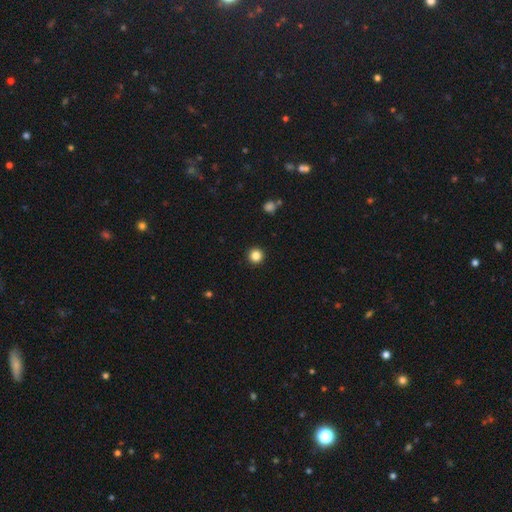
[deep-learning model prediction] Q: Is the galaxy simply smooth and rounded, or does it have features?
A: smooth — 85%.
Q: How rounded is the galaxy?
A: round — 96%.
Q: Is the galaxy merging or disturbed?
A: none — 94%.